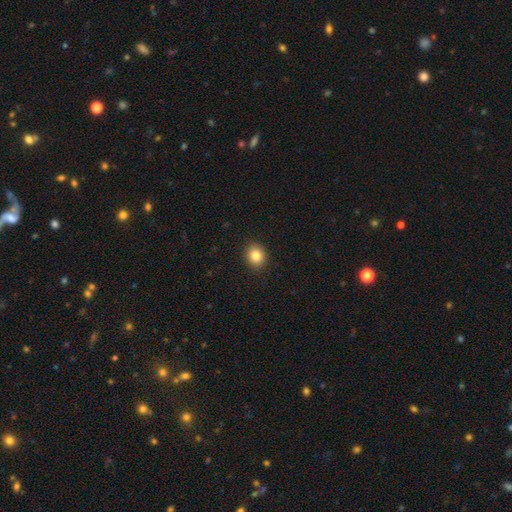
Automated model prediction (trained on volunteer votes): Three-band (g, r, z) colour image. It shows a smooth galaxy with no disk features (85%) that is round (67%). Merging: none (91%).